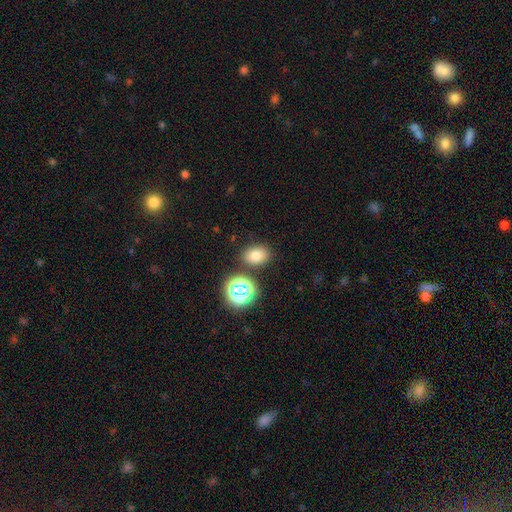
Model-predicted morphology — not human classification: smooth_or_featured: smooth (p=0.73) [alt: star or artifact p=0.18]
how_rounded: in between (p=0.61) [alt: round p=0.38]
merging: none (p=0.81) [alt: minor disturbance p=0.10]